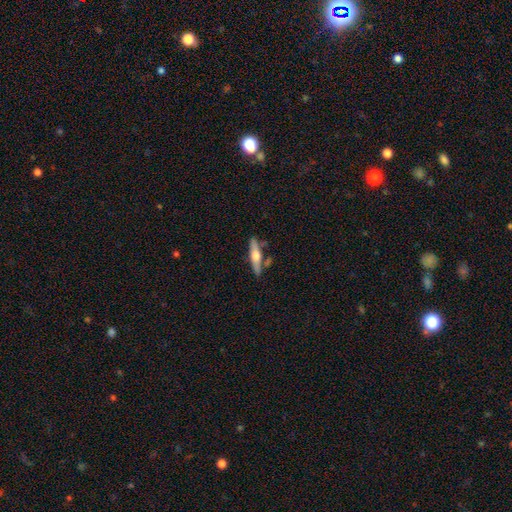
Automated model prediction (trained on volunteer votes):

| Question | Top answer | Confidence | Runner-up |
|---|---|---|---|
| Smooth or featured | featured or disk | 53% | smooth (42%) |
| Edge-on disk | yes | 93% | no (7%) |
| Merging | none | 75% | minor disturbance (13%) |